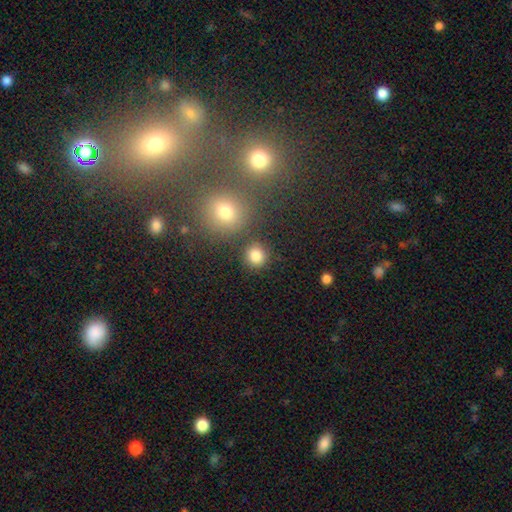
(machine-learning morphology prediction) Q: Smooth or featured?
A: smooth (82%); runner-up: star or artifact (12%)
Q: How rounded?
A: round (90%); runner-up: in between (9%)
Q: Merging?
A: none (82%); runner-up: minor disturbance (7%)